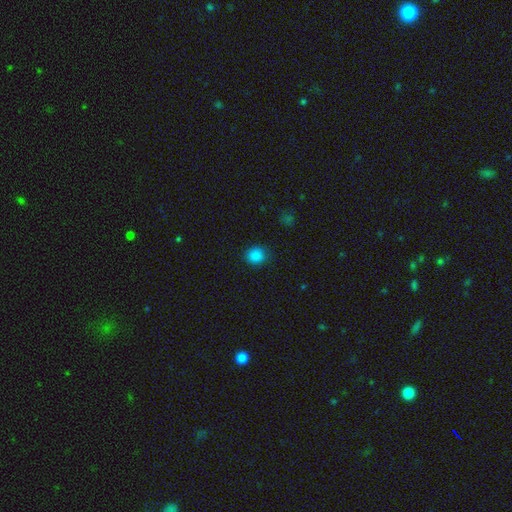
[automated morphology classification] Overall: smooth (85%). How rounded: round (84%). Merging: none (87%).